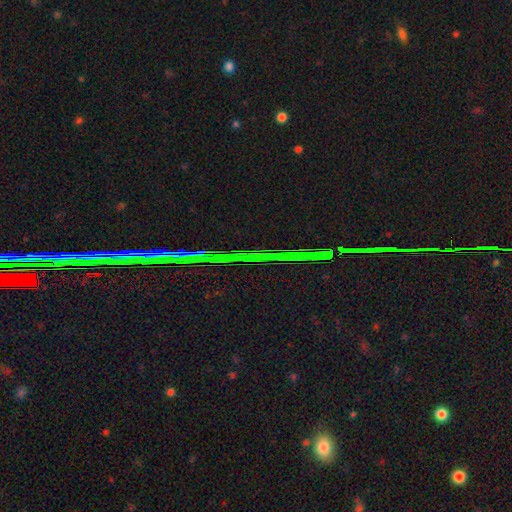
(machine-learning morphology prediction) This is clearly a star or artifact rather than a galaxy (85%).